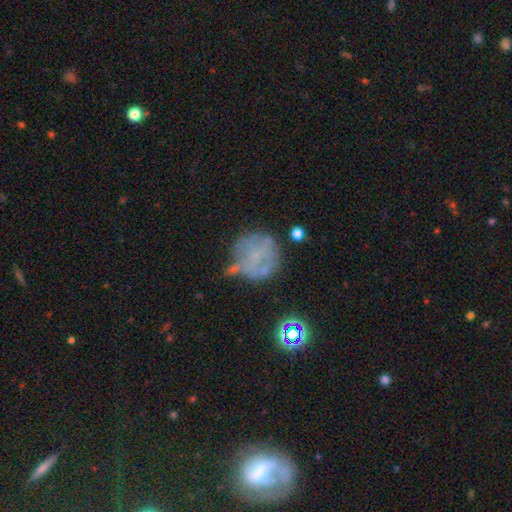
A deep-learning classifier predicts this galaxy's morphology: smooth-or-featured: featured or disk: 41% | smooth: 40% | star or artifact: 18%
  merging: none: 49% | minor disturbance: 24% | major disturbance: 18% | merger: 8%